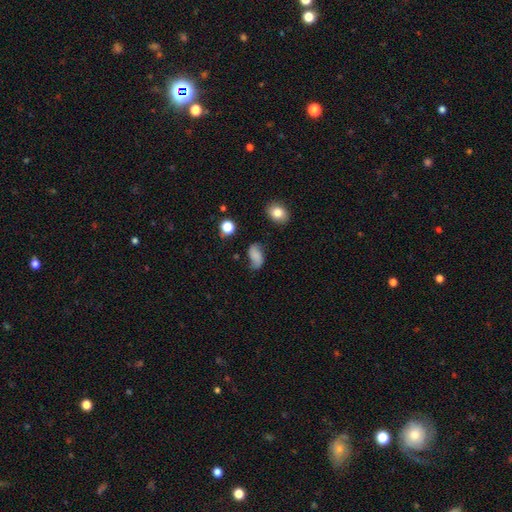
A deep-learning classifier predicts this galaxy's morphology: Smooth or featured? Predicted: smooth (p=0.59). How rounded? Predicted: in between (p=0.88). Merging? Predicted: none (p=0.58).